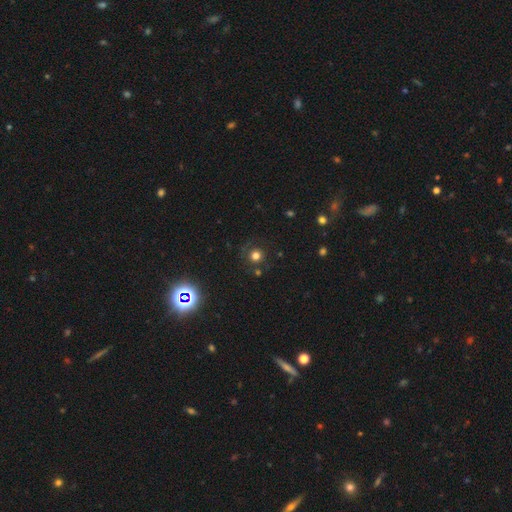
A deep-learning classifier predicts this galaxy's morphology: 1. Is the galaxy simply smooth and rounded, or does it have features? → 69% smooth, 22% star or artifact, 9% featured or disk.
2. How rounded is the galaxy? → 94% round, 6% in between, 1% cigar-shaped.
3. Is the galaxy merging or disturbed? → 82% none, 9% minor disturbance, 5% major disturbance, 4% merger.